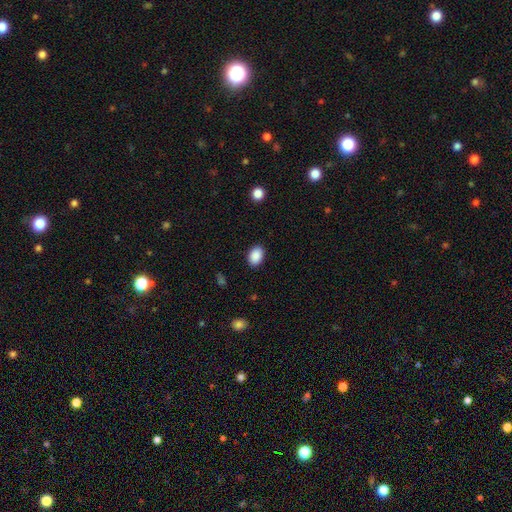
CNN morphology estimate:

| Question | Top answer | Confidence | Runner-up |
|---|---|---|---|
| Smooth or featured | smooth | 90% | star or artifact (8%) |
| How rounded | in between | 79% | round (20%) |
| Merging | none | 88% | minor disturbance (8%) |